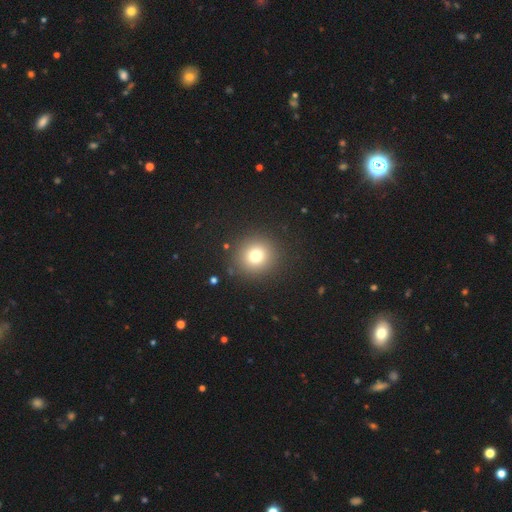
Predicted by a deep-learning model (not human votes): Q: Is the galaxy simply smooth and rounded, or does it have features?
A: smooth — 76%.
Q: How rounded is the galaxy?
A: round — 92%.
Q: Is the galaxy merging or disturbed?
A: none — 90%.